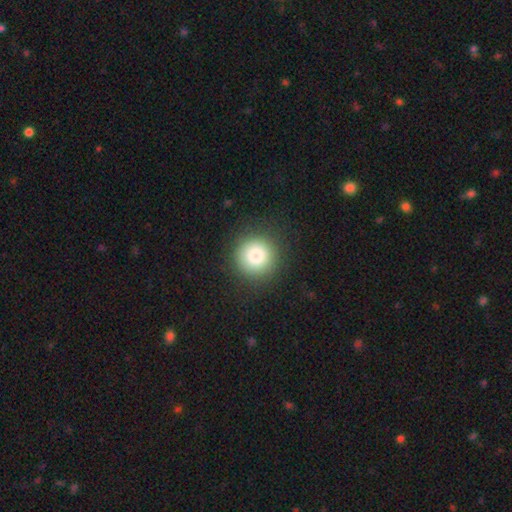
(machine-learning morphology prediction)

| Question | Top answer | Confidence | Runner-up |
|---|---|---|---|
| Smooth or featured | smooth | 82% | star or artifact (10%) |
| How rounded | round | 96% | in between (3%) |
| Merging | none | 90% | minor disturbance (6%) |